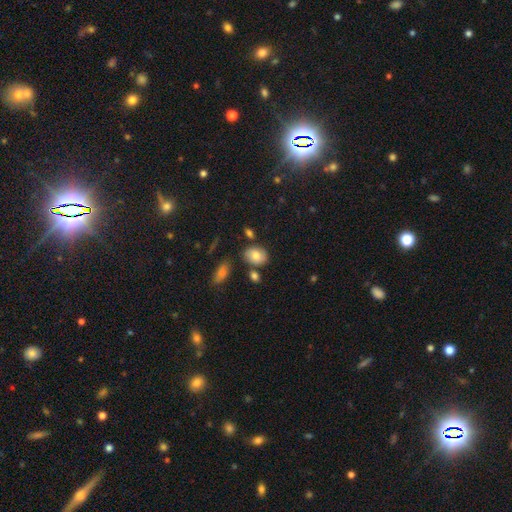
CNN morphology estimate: Smooth or featured?
  - smooth: 73% *
  - featured or disk: 18%
  - star or artifact: 9%
How rounded?
  - in between: 67% *
  - round: 31%
  - cigar-shaped: 1%
Merging?
  - none: 73% *
  - minor disturbance: 16%
  - merger: 8%
  - major disturbance: 4%